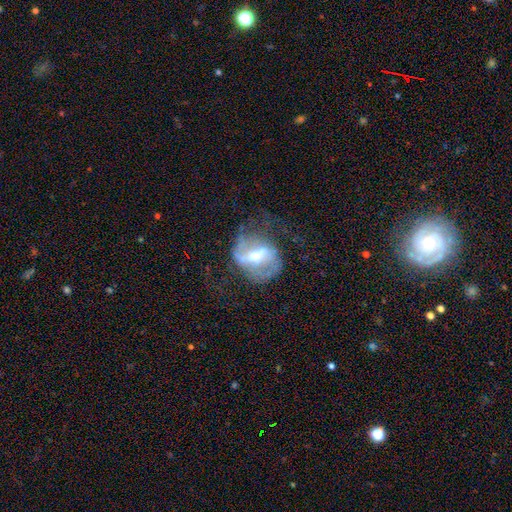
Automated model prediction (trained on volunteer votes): This appears to be a featured or disk galaxy (78%) with a strong bar (53%), 2 (76%) loose (54%) spiral arms (70%) and a moderate central bulge (55%). Merging: none (49%).